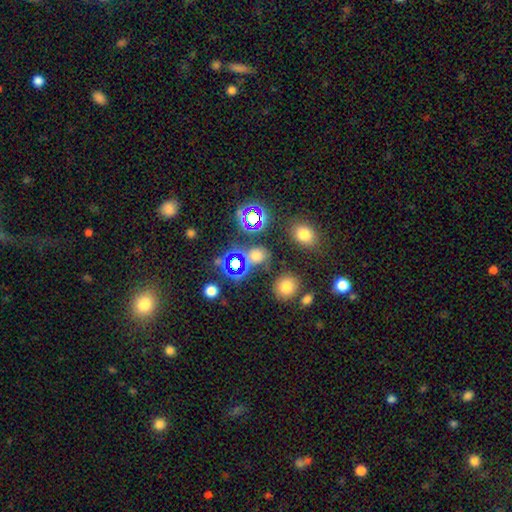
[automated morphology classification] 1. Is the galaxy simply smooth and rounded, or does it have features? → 52% star or artifact, 38% smooth, 9% featured or disk.